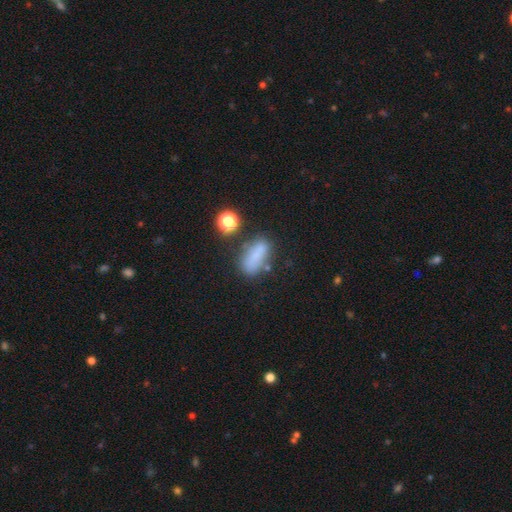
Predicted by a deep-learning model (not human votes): Smooth or featured? smooth (69%)
How rounded? in between (74%)
Merging? none (55%)